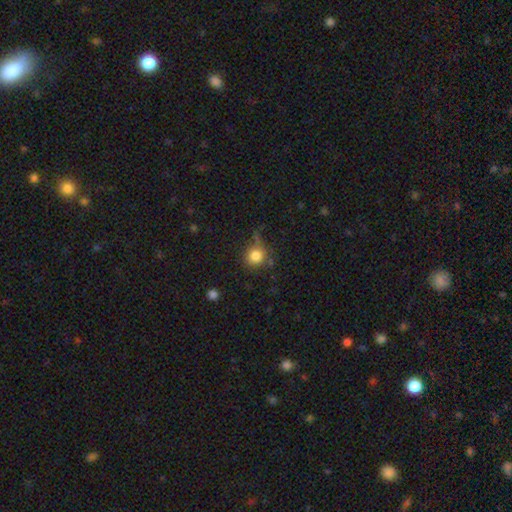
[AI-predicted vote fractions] smooth-or-featured: smooth: 82% | star or artifact: 11% | featured or disk: 7%
  how-rounded: round: 89% | in between: 10% | cigar-shaped: 1%
  merging: none: 66% | minor disturbance: 20% | major disturbance: 8% | merger: 6%